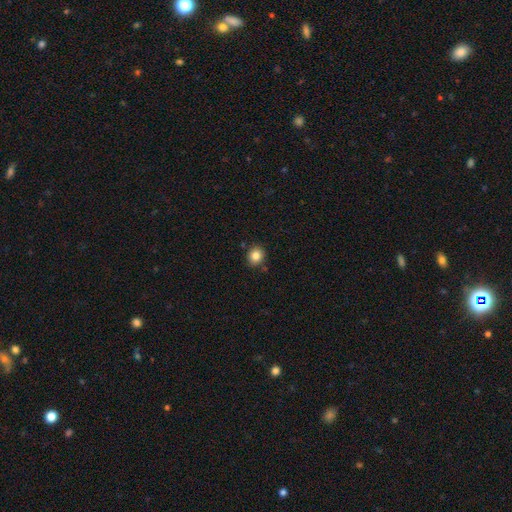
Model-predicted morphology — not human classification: Smooth or featured? Predicted: smooth (p=0.84). How rounded? Predicted: round (p=0.72). Merging? Predicted: none (p=0.84).